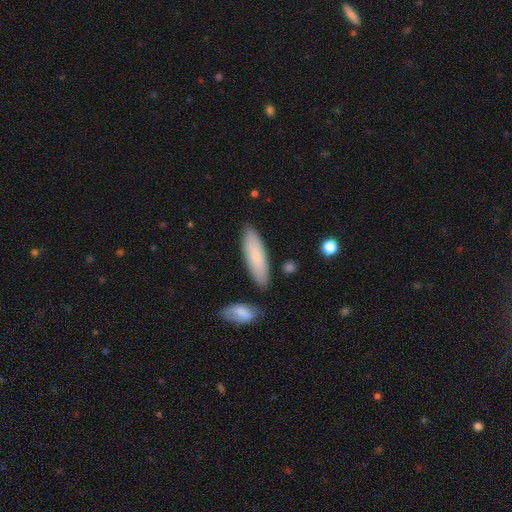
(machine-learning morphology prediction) Q: Smooth or featured?
A: smooth (78%); runner-up: featured or disk (16%)
Q: How rounded?
A: cigar-shaped (51%); runner-up: in between (48%)
Q: Merging?
A: none (83%); runner-up: minor disturbance (11%)